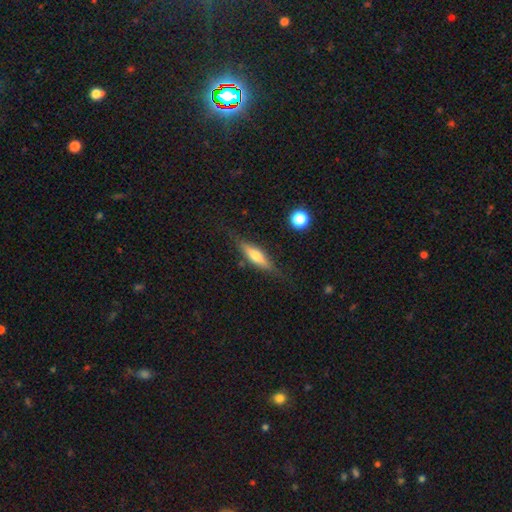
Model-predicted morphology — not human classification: This appears to be a featured or disk galaxy (53%) viewed edge-on (93%). Merging: none (80%).